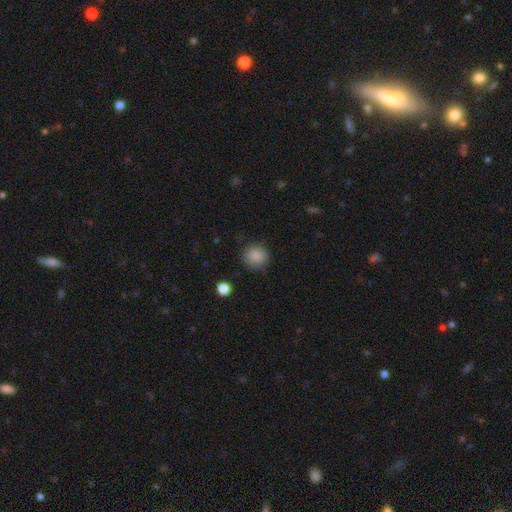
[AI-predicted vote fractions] smooth 87%, star or artifact 9%, featured or disk 3%. Down the decision tree: how rounded — round (91%); merging — none (86%).